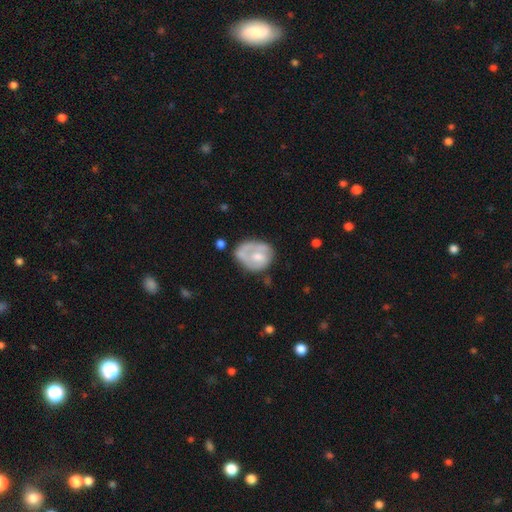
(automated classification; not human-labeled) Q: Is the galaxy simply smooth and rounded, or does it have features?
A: featured or disk — 52%.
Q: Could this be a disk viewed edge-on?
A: no — 97%.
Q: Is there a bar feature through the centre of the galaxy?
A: no — 70%.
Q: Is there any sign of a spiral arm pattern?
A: no — 50%, tied with yes.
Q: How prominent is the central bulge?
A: moderate — 49%.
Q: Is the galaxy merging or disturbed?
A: none — 49%.